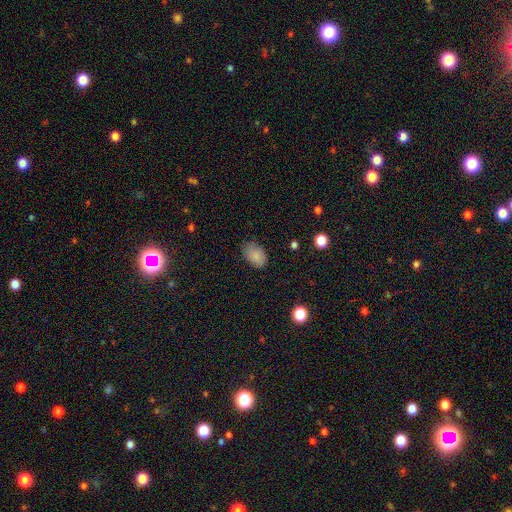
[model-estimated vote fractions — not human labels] Overall: smooth (85%). How rounded: in between (88%). Merging: none (78%).